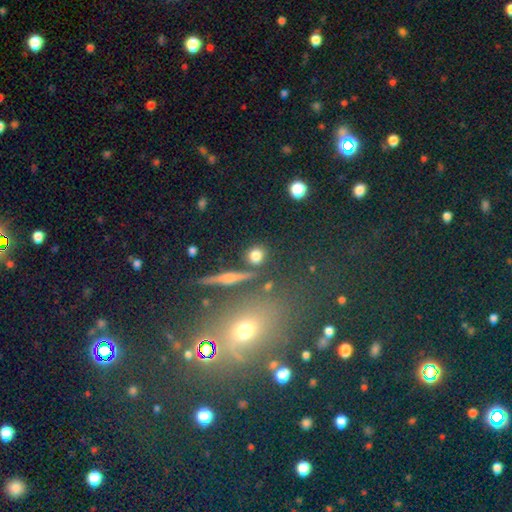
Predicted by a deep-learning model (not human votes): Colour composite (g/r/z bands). It shows a smooth galaxy with no disk features (78%) that is round (83%). Merging: none (83%).